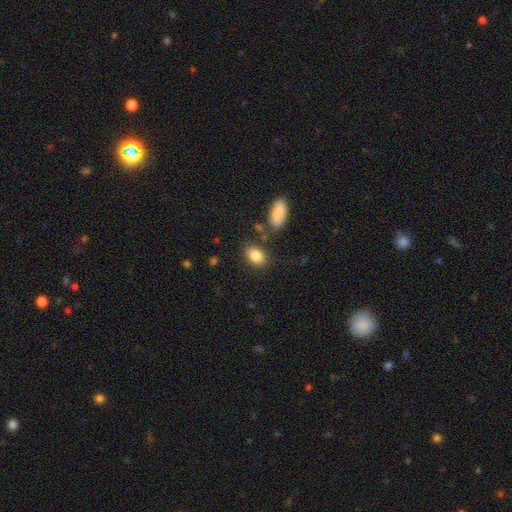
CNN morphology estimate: Q: Smooth or featured?
A: smooth (85%); runner-up: star or artifact (8%)
Q: How rounded?
A: in between (82%); runner-up: round (16%)
Q: Merging?
A: none (76%); runner-up: minor disturbance (13%)